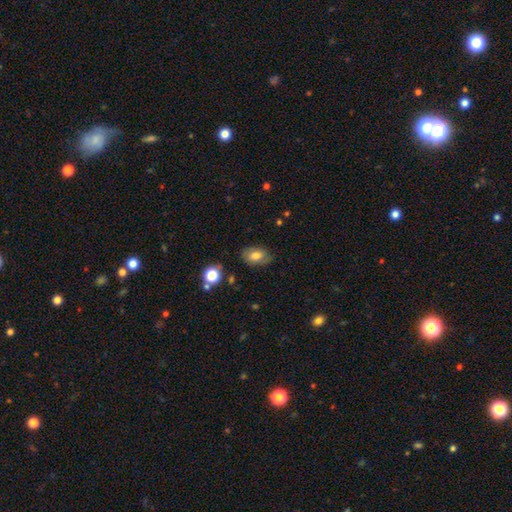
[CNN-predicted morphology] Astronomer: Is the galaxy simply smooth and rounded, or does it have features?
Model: smooth — 75%.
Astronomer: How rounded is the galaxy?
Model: in between — 86%.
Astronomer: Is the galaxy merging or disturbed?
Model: none — 78%.